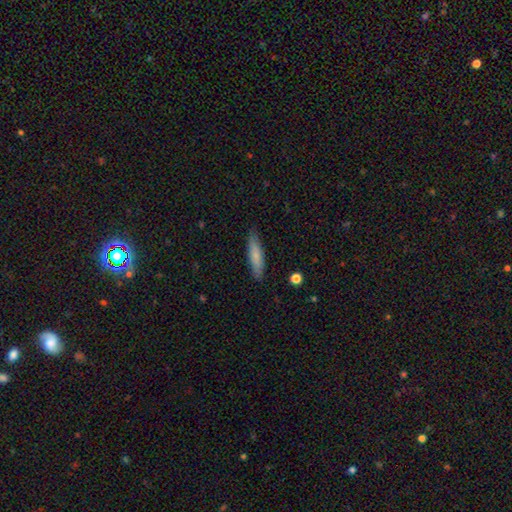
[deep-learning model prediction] A smooth galaxy with no disk features (77%) that is cigar-shaped (79%).

Vote fractions:
- Smooth or featured? smooth: 77% / featured or disk: 17% / star or artifact: 6%
- How rounded? cigar-shaped: 79% / in between: 19% / round: 1%
- Merging? none: 87% / minor disturbance: 10% / major disturbance: 2% / merger: 1%